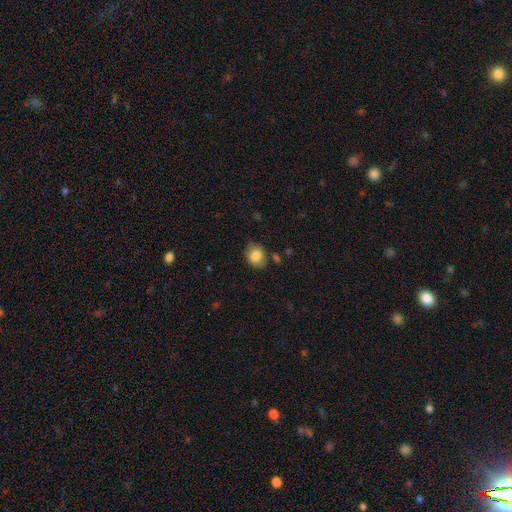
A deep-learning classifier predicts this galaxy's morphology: Smooth or featured? Predicted: smooth (p=0.82). How rounded? Predicted: in between (p=0.54). Merging? Predicted: none (p=0.70).